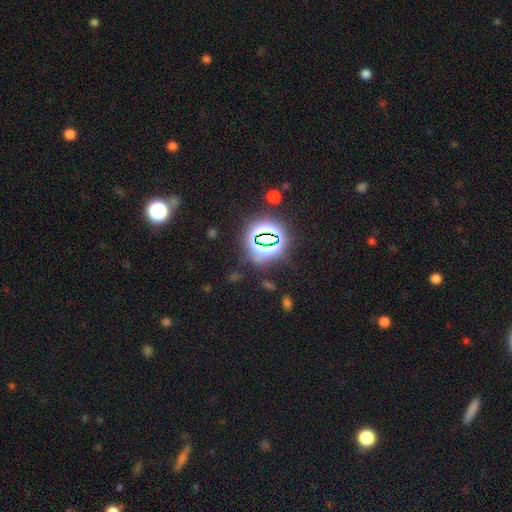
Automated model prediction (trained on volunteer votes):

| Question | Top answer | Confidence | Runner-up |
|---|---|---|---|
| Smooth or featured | star or artifact | 81% | smooth (12%) |